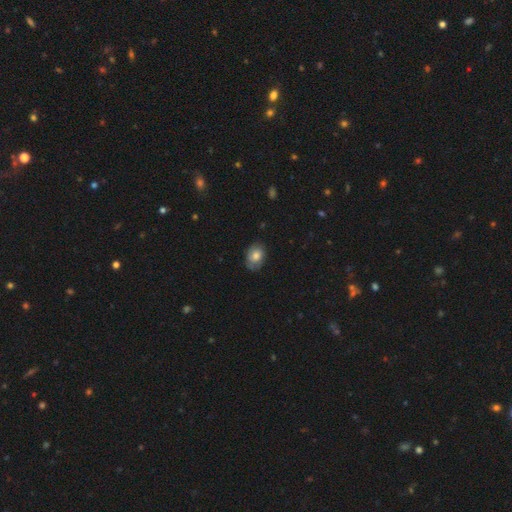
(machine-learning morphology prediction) smooth 74%, featured or disk 18%, star or artifact 8%. Down the decision tree: how rounded — in between (74%); merging — none (73%).